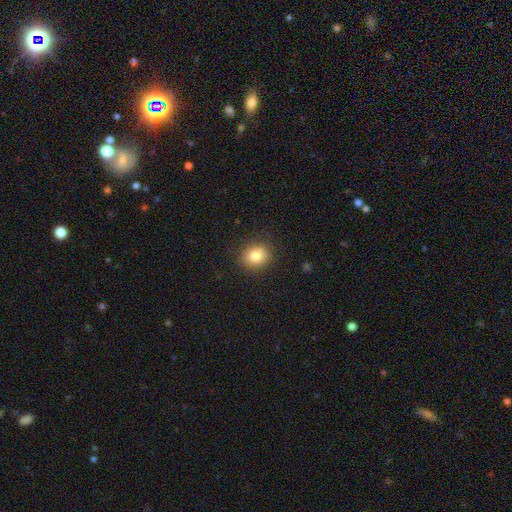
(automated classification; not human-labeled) A smooth galaxy with no disk features (81%) that is round (69%). Merging: none (86%).